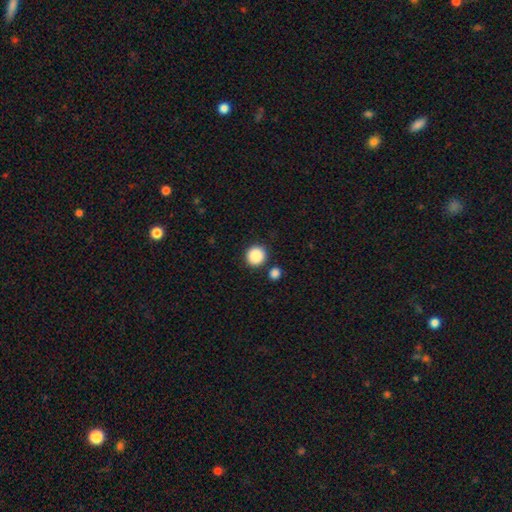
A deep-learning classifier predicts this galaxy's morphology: type=smooth (89%); roundness=round (93%); merging=none (85%).